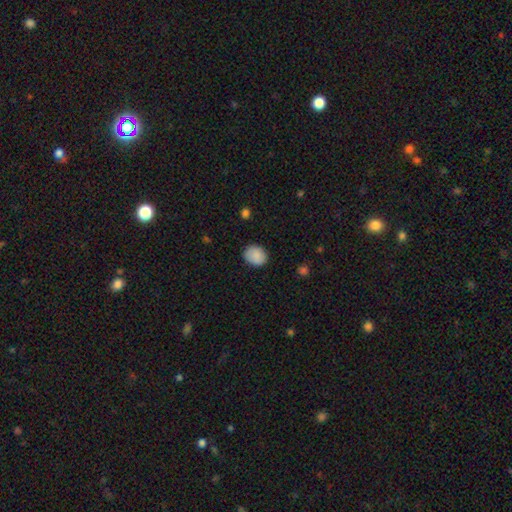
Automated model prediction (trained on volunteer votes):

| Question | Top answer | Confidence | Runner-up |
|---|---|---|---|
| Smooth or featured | smooth | 88% | star or artifact (8%) |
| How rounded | round | 54% | in between (45%) |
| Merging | none | 83% | minor disturbance (13%) |